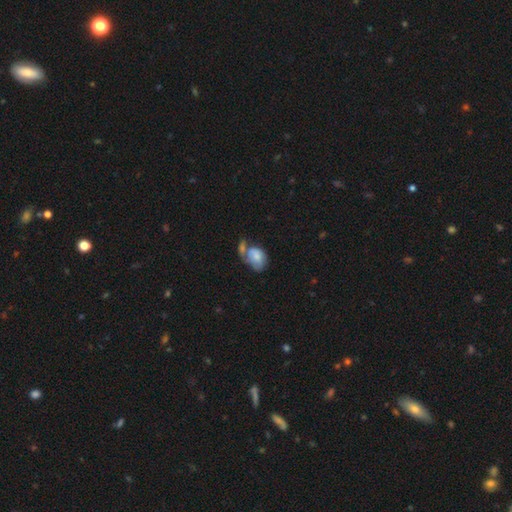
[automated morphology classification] The model was most divided on "merging": merger: 43%, none: 24%, minor disturbance: 18%, major disturbance: 15%. More confident: how rounded — in between (78%); smooth or featured — smooth (69%).